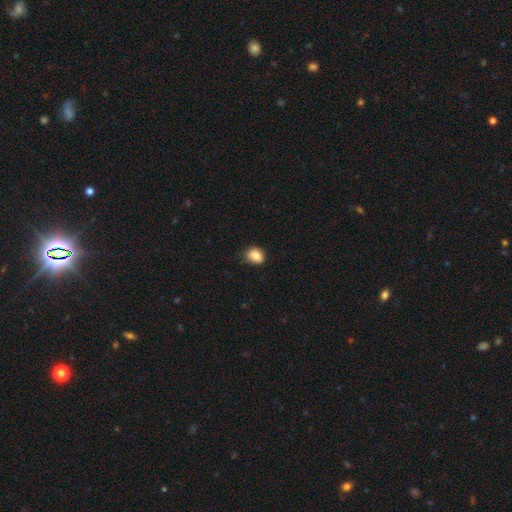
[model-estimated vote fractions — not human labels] Overall: smooth (85%). How rounded: in between (52%; round 47%). Merging: none (75%).